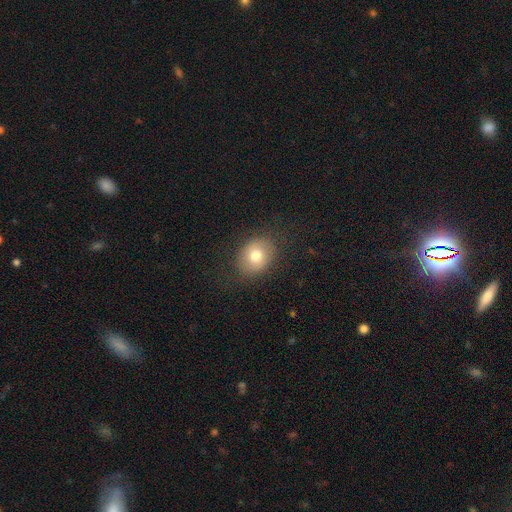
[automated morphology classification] This appears to be a smooth galaxy with no disk features (75%) that is in between round and cigar-shaped (52%). Merging: none (82%).